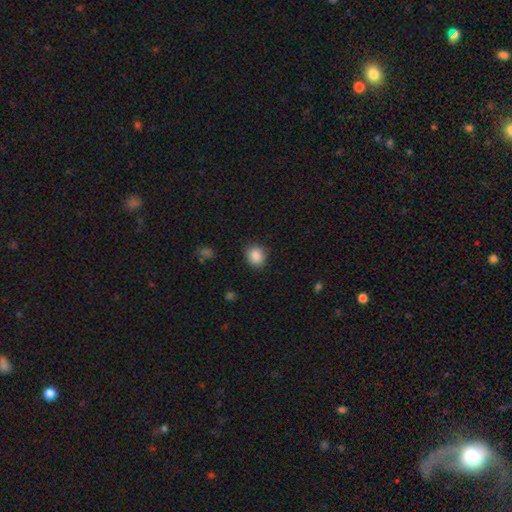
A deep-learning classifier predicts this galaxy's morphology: A smooth galaxy with no disk features (88%) that is round (77%). Merging: none (85%).